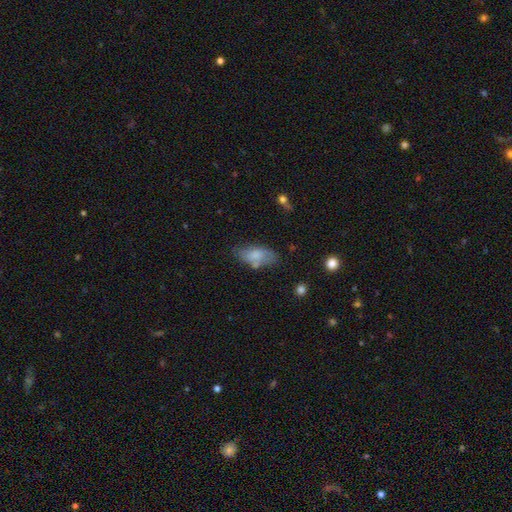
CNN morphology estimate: This is likely a smooth galaxy (69%). How rounded: clearly in between (90%). Merging: possibly none (53%).